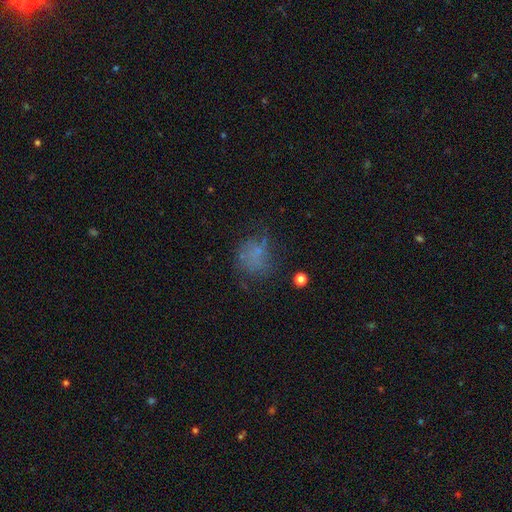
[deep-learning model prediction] smooth 50%, featured or disk 26%, star or artifact 24%. Down the decision tree: merging — none (53%).